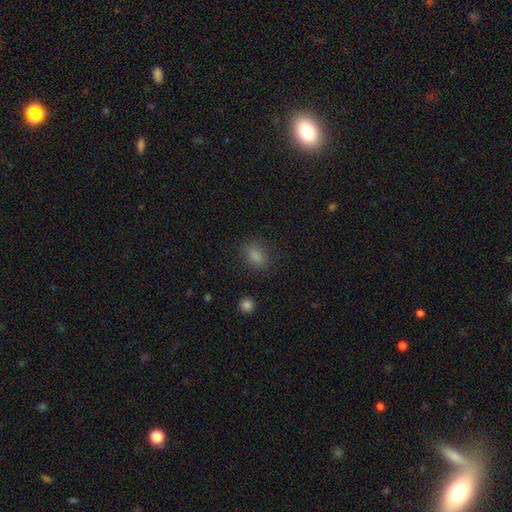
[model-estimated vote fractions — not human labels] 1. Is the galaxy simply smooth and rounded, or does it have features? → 83% smooth, 12% star or artifact, 5% featured or disk.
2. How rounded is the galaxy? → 74% in between, 24% round, 2% cigar-shaped.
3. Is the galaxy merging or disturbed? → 81% none, 13% minor disturbance, 5% major disturbance, 1% merger.